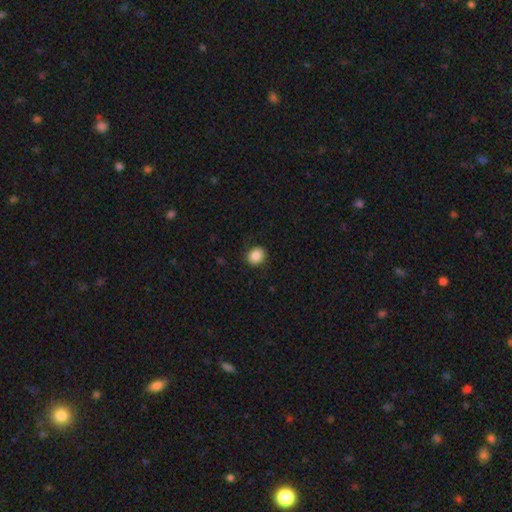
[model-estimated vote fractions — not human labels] Morphology: type=smooth (86%); roundness=round (67%); merging=none (87%).